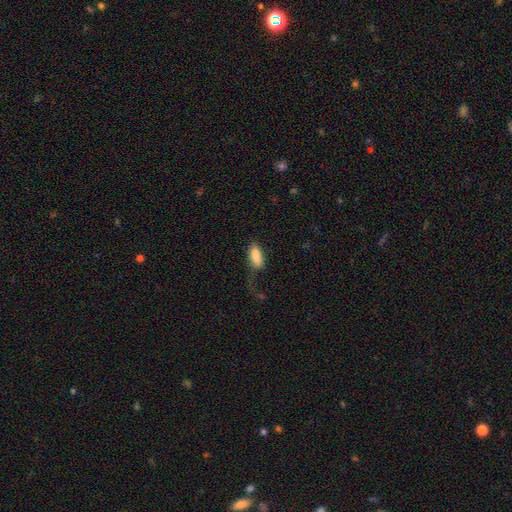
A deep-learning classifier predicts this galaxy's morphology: smooth_or_featured: smooth (p=0.85) [alt: featured or disk p=0.08]
how_rounded: in between (p=0.84) [alt: cigar-shaped p=0.13]
merging: none (p=0.39) [alt: major disturbance p=0.30]